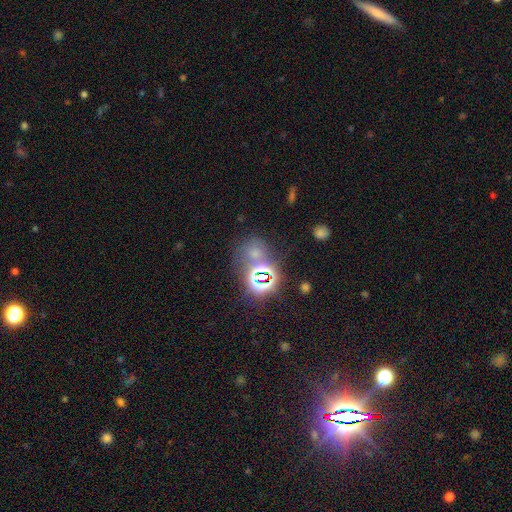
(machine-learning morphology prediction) This is likely a star or artifact rather than a galaxy (61%).